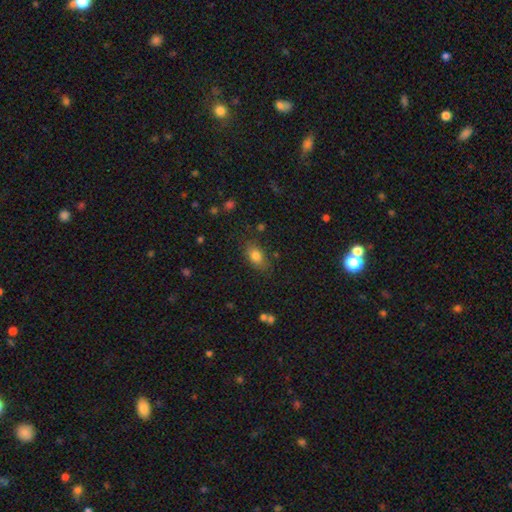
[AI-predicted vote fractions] A smooth galaxy with no disk features (80%) that is in between round and cigar-shaped (85%). Merging: none (76%).